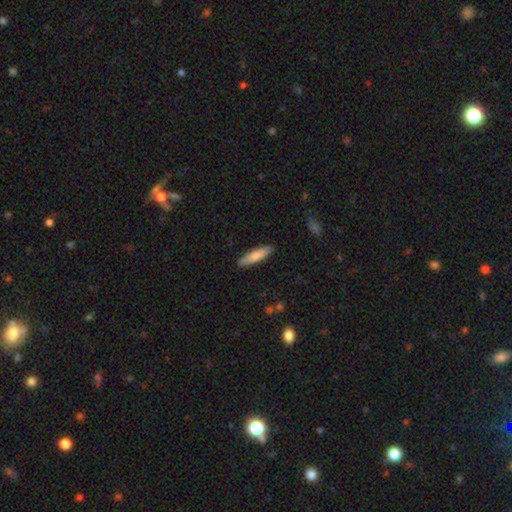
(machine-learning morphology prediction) This is likely a smooth galaxy (77%). How rounded: likely cigar-shaped (74%). Merging: clearly none (89%).